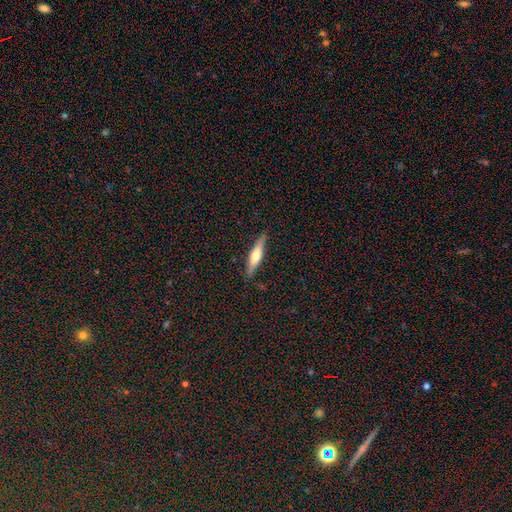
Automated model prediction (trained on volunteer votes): A smooth galaxy with no disk features (48%).

Vote fractions:
- Smooth or featured? smooth: 48% / featured or disk: 46% / star or artifact: 6%
- Merging? none: 87% / minor disturbance: 9% / major disturbance: 2% / merger: 1%